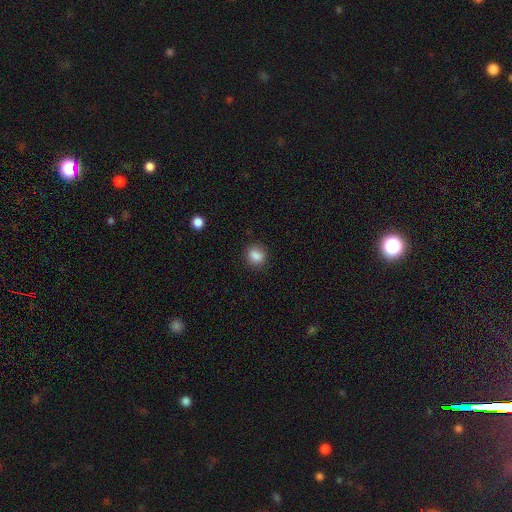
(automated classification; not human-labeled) The model was most divided on "how rounded": round: 68%, in between: 31%, cigar-shaped: 1%. More confident: smooth or featured — smooth (87%); merging — none (86%).